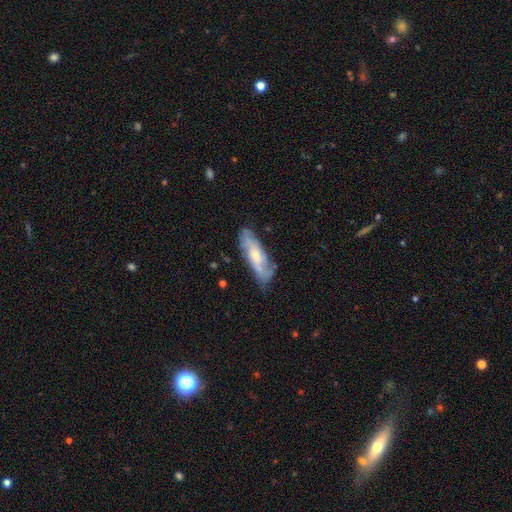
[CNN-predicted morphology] featured or disk 61%, smooth 33%, star or artifact 6%. Down the decision tree: edge-on disk — no (76%); merging — none (69%).